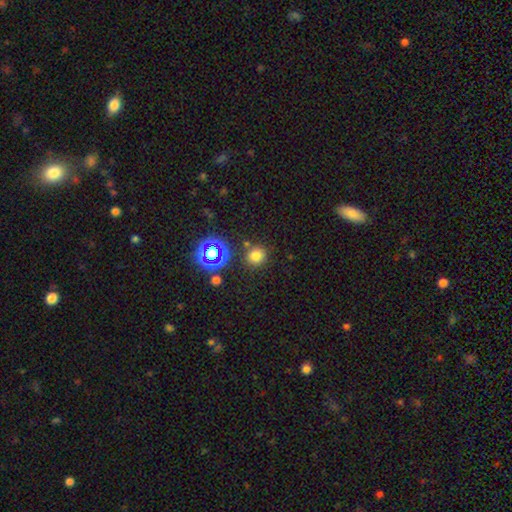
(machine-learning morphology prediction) smooth-or-featured: smooth: 72% | star or artifact: 21% | featured or disk: 7%
  how-rounded: round: 89% | in between: 10% | cigar-shaped: 1%
  merging: none: 81% | minor disturbance: 9% | merger: 6% | major disturbance: 3%